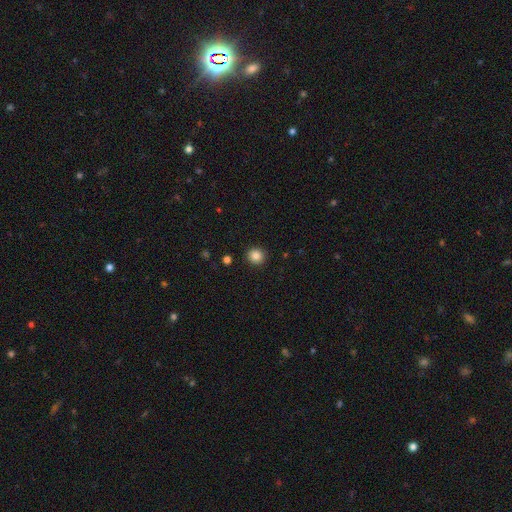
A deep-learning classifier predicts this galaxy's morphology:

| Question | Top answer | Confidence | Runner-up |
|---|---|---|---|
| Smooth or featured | smooth | 85% | star or artifact (11%) |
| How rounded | round | 92% | in between (7%) |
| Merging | none | 92% | minor disturbance (5%) |